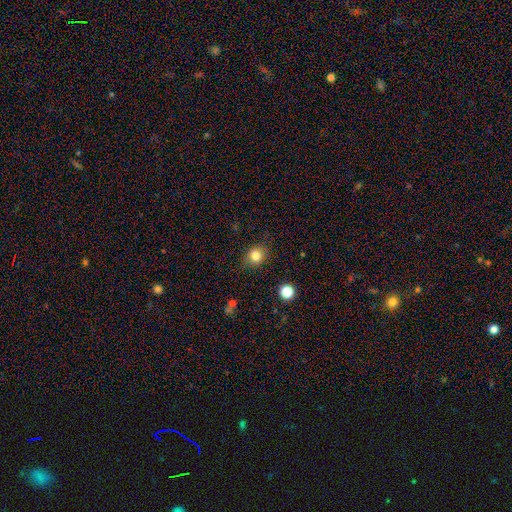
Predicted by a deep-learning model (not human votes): The model was most divided on "how rounded": round: 64%, in between: 35%, cigar-shaped: 1%. More confident: merging — none (82%); smooth or featured — smooth (82%).